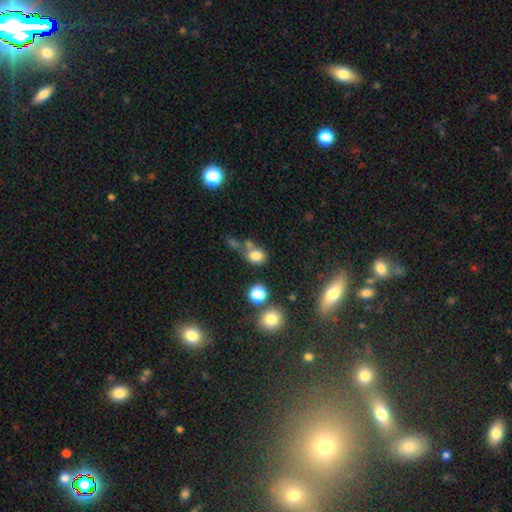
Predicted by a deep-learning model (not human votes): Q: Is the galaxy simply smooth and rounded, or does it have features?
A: smooth — 77%.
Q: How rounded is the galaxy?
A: round — 60%.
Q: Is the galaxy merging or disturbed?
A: none — 50%.